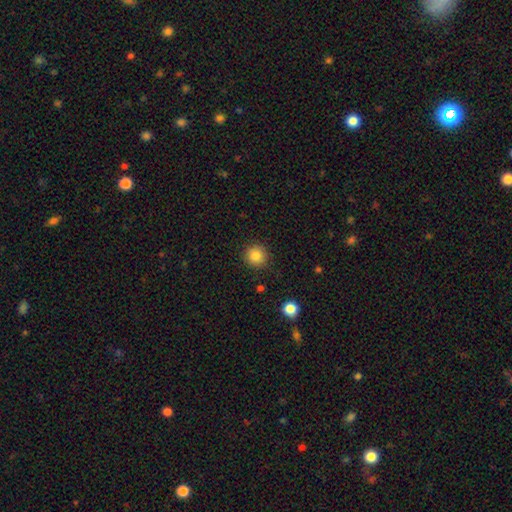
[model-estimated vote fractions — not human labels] smooth-or-featured: smooth: 85% | star or artifact: 10% | featured or disk: 5%
  how-rounded: round: 93% | in between: 6% | cigar-shaped: 1%
  merging: none: 90% | minor disturbance: 6% | major disturbance: 2% | merger: 1%